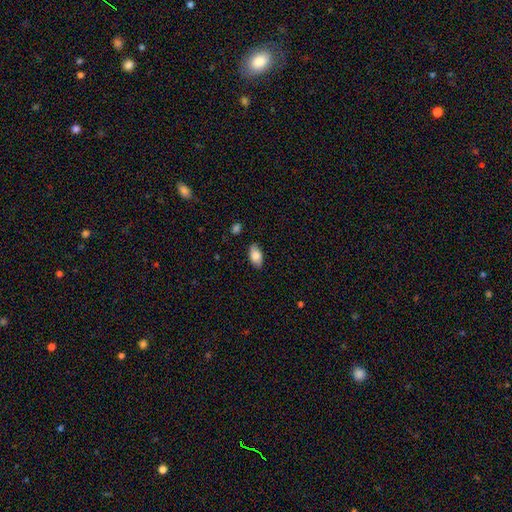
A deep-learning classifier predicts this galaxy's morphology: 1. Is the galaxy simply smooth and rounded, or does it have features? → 80% smooth, 12% featured or disk, 7% star or artifact.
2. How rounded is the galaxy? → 93% in between, 4% round, 3% cigar-shaped.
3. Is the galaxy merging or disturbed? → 83% none, 13% minor disturbance, 2% major disturbance, 1% merger.